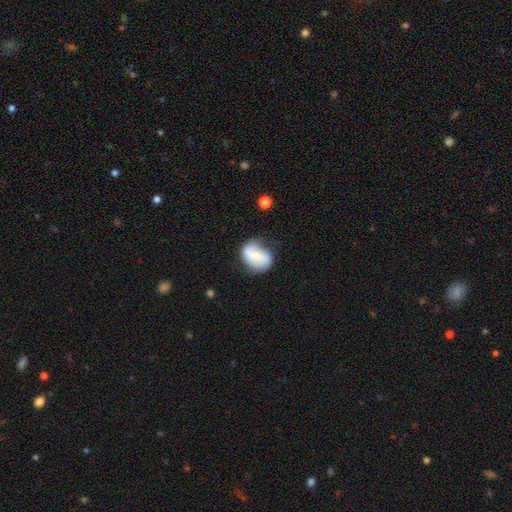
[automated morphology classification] type=smooth (49%); merging=none (50%).